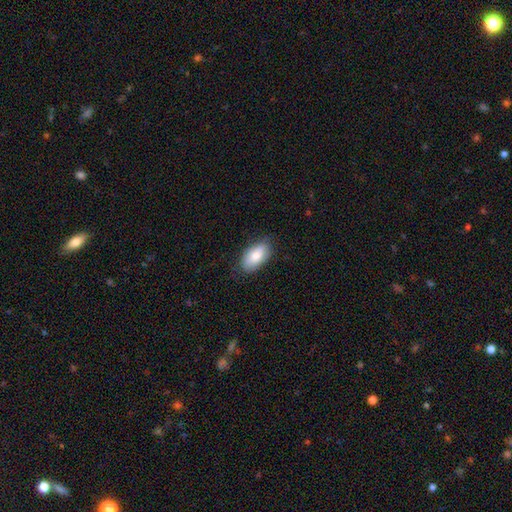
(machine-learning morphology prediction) smooth_or_featured: smooth (p=0.81) [alt: featured or disk p=0.13]
how_rounded: in between (p=0.93) [alt: cigar-shaped p=0.04]
merging: none (p=0.78) [alt: minor disturbance p=0.17]